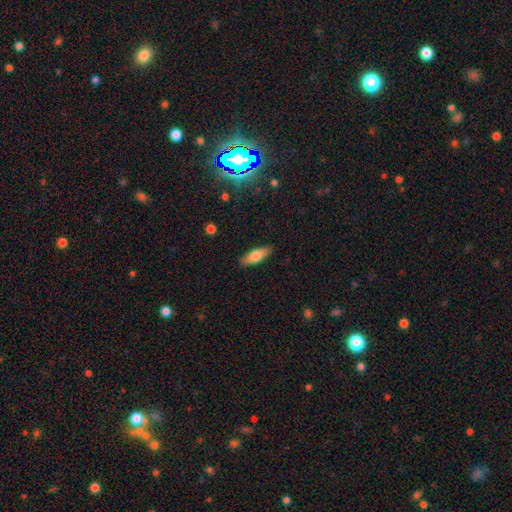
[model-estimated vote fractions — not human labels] A smooth galaxy with no disk features (70%) that is in between round and cigar-shaped (61%). Merging: none (88%).